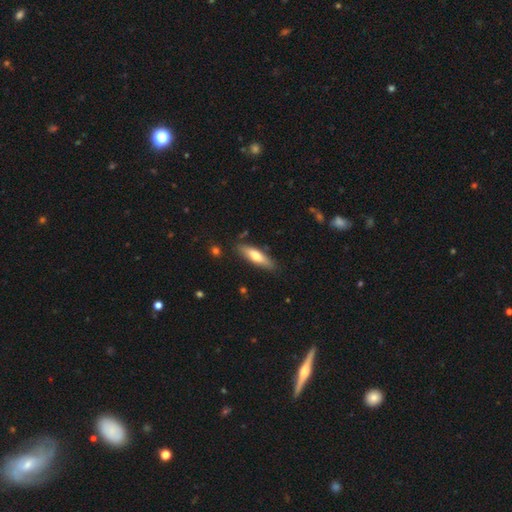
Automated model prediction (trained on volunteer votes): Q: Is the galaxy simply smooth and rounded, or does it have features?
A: smooth — 67%.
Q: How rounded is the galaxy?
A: cigar-shaped — 60%.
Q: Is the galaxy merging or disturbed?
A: none — 83%.